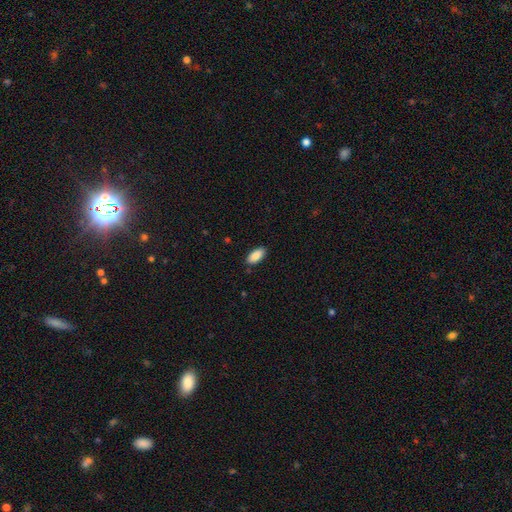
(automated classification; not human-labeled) smooth 89%, star or artifact 6%, featured or disk 5%. Down the decision tree: how rounded — in between (90%); merging — none (88%).